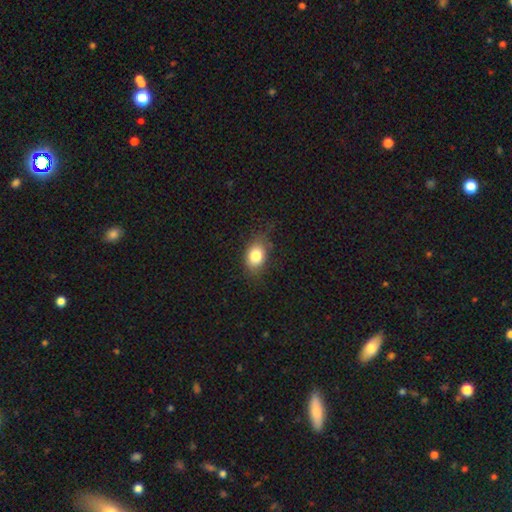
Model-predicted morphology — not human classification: smooth 82%, featured or disk 9%, star or artifact 9%. Down the decision tree: how rounded — in between (74%); merging — none (73%).